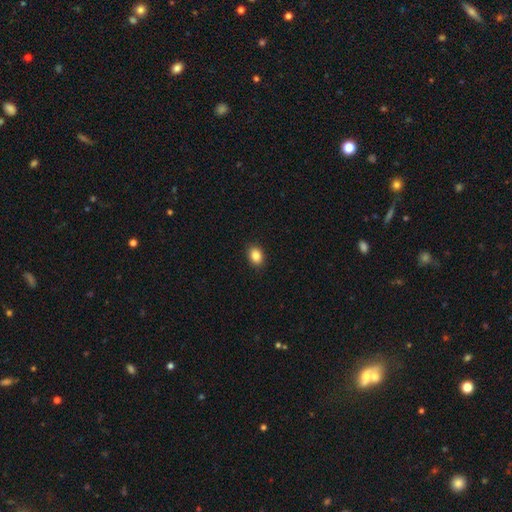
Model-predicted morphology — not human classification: Smooth or featured?
  - smooth: 87% *
  - star or artifact: 9%
  - featured or disk: 4%
How rounded?
  - in between: 72% *
  - round: 27%
  - cigar-shaped: 1%
Merging?
  - none: 90% *
  - minor disturbance: 7%
  - major disturbance: 2%
  - merger: 1%